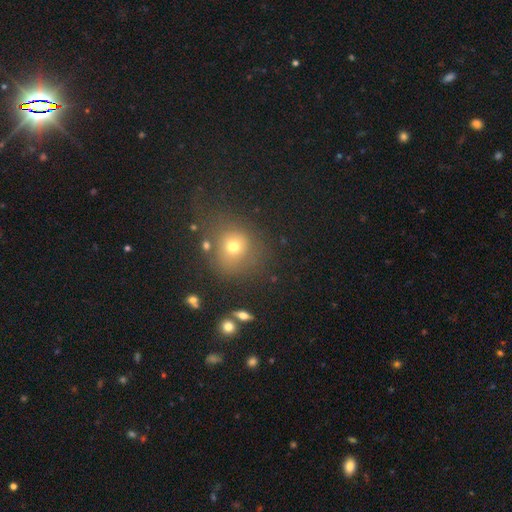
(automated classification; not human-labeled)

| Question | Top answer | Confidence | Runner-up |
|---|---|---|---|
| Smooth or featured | smooth | 55% | star or artifact (35%) |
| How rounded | round | 82% | in between (17%) |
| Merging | none | 74% | minor disturbance (14%) |